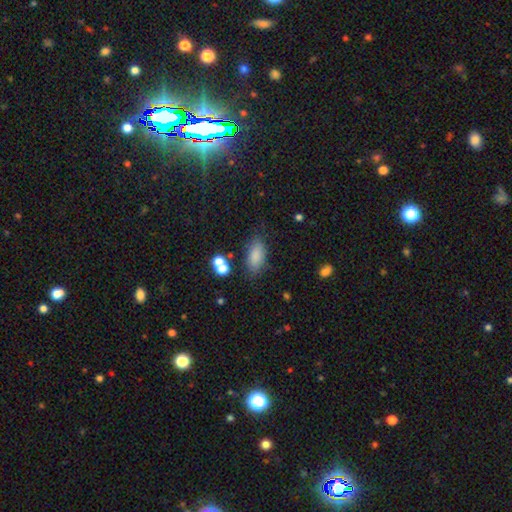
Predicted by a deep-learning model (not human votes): Smooth or featured: smooth — 82% (star or artifact — 9%)
How rounded: in between — 87% (cigar-shaped — 8%)
Merging: none — 72% (minor disturbance — 17%)